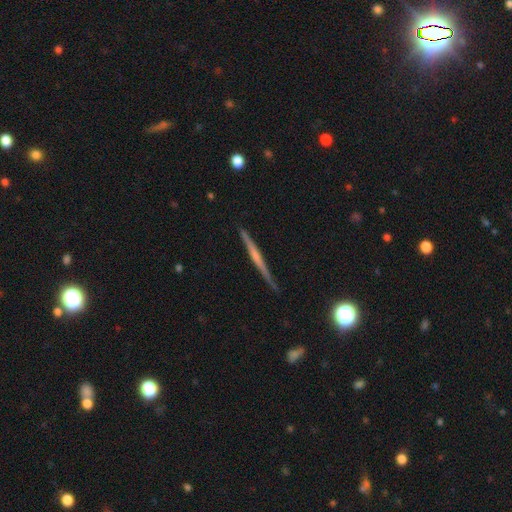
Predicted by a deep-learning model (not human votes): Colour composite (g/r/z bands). It shows a featured or disk galaxy (66%) viewed edge-on (98%) with no central bulge (57%). Merging: none (87%).